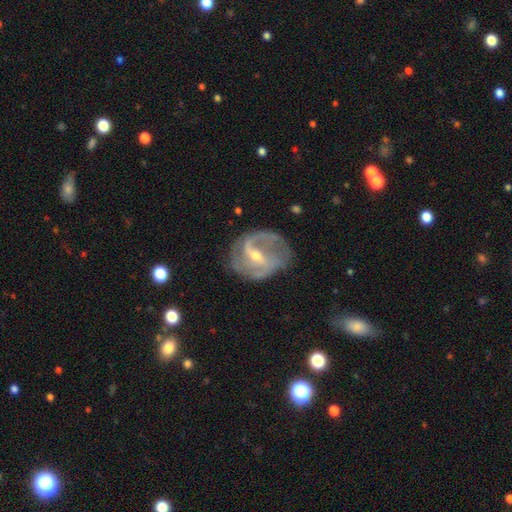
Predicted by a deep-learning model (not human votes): A featured or disk galaxy (85%) with a weak bar (45%), 2 (67%) medium (47%) spiral arms (93%) and a small central bulge (52%).

Vote fractions:
- Smooth or featured? featured or disk: 85% / smooth: 9% / star or artifact: 6%
- Edge-on disk? no: 97% / yes: 3%
- Bar? weak: 45% / strong: 38% / no: 17%
- Spiral arms? yes: 93% / no: 7%
- Spiral winding? medium: 47% / loose: 31% / tight: 22%
- Spiral arm count? 2: 67% / can't tell: 12% / 1: 8% / 3: 8% / 4: 2% / more than 4: 2%
- Bulge size? small: 52% / moderate: 45% / large: 1% / none: 1% / dominant: 1%
- Merging? none: 62% / minor disturbance: 23% / major disturbance: 14% / merger: 2%